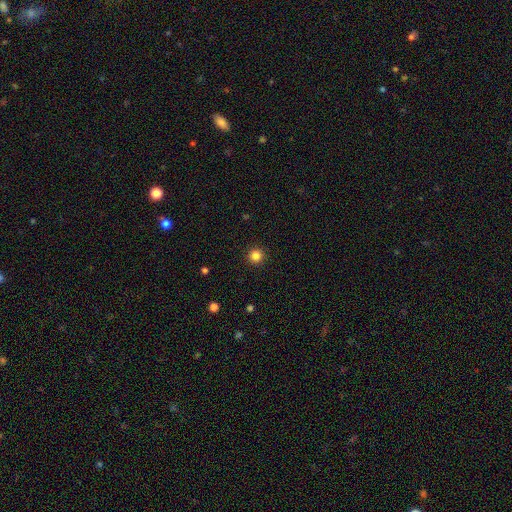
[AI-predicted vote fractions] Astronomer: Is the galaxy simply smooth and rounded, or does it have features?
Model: smooth — 83%.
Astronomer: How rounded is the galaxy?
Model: round — 96%.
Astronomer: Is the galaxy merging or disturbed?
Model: none — 93%.